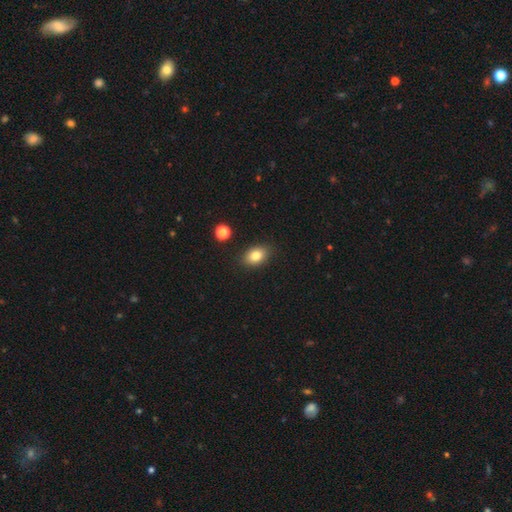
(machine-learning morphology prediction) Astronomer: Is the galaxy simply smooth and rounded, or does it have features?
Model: smooth — 82%.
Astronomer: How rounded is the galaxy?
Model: in between — 80%.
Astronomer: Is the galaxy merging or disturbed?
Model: none — 86%.